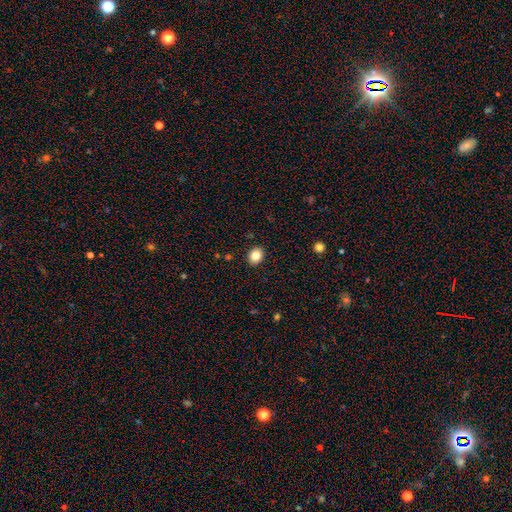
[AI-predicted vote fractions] Morphology: type=smooth (84%); roundness=in between (52%); merging=none (90%).